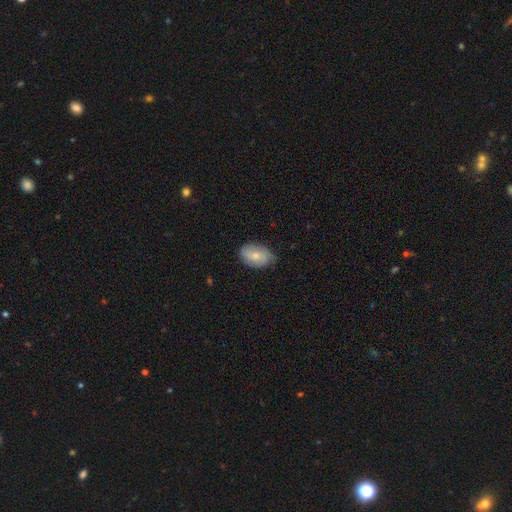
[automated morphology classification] Q: Smooth or featured?
A: smooth (69%); runner-up: featured or disk (24%)
Q: How rounded?
A: in between (86%); runner-up: round (12%)
Q: Merging?
A: none (68%); runner-up: minor disturbance (27%)